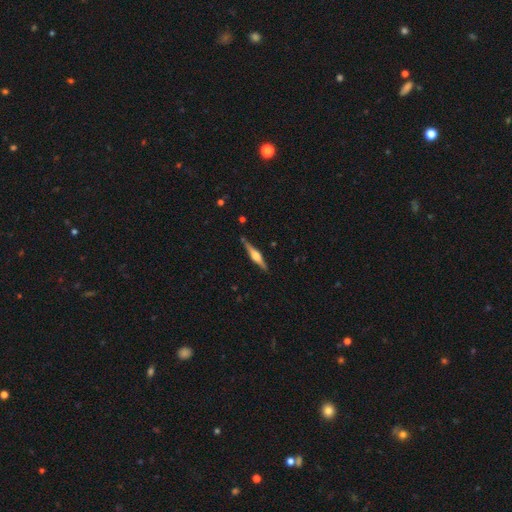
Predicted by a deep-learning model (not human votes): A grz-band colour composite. It shows a featured or disk galaxy (73%) viewed edge-on (98%) with a rounded central bulge (88%). Merging: none (88%).